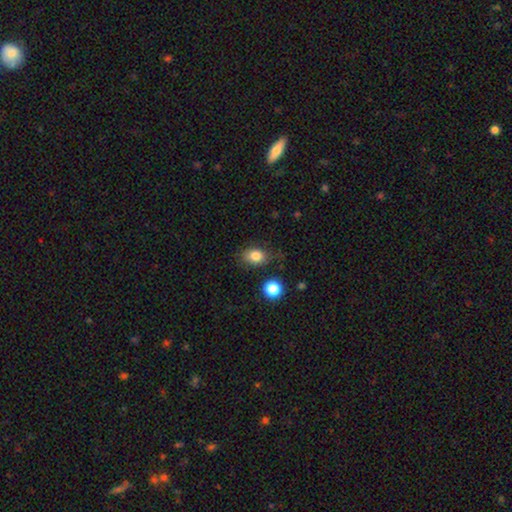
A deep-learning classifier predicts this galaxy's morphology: This appears to be a smooth galaxy with no disk features (82%) that is in between round and cigar-shaped (64%). Merging: none (74%).